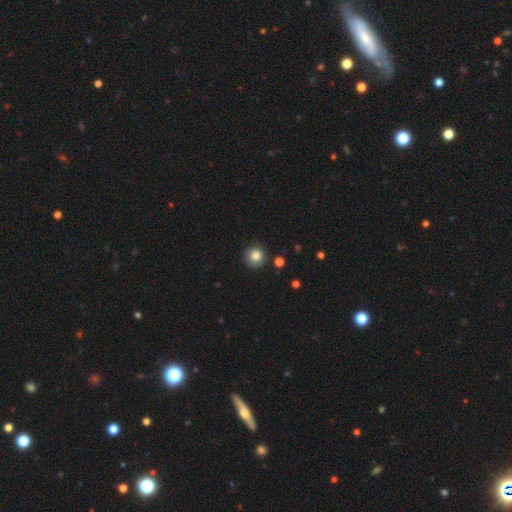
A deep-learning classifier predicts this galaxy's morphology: Q: Smooth or featured?
A: smooth (83%); runner-up: star or artifact (10%)
Q: How rounded?
A: round (93%); runner-up: in between (6%)
Q: Merging?
A: none (85%); runner-up: minor disturbance (10%)